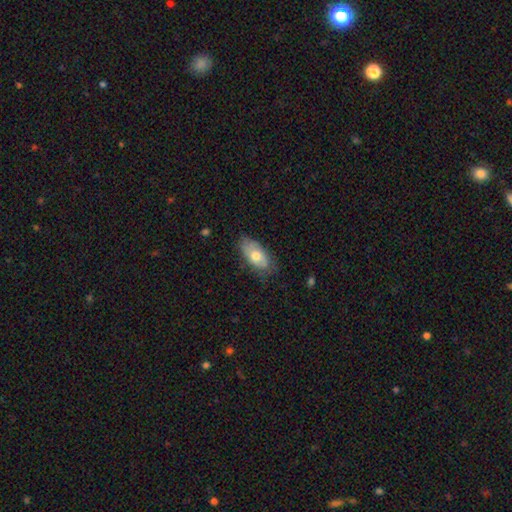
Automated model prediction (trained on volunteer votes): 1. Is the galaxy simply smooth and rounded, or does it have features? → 62% smooth, 32% featured or disk, 6% star or artifact.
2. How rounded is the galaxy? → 91% in between, 5% cigar-shaped, 4% round.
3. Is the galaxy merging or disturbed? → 69% none, 24% minor disturbance, 5% major disturbance, 1% merger.